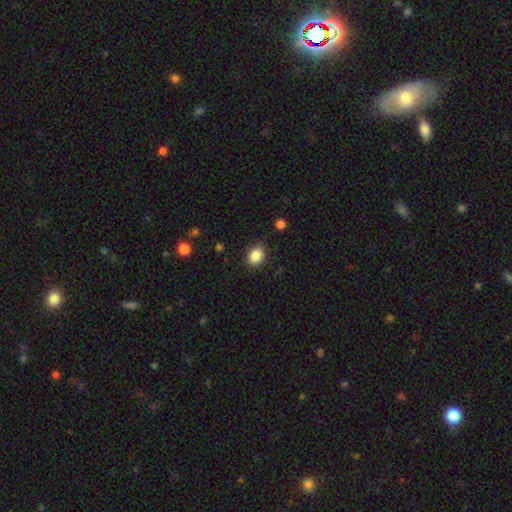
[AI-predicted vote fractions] Q: Smooth or featured?
A: smooth (87%); runner-up: star or artifact (9%)
Q: How rounded?
A: in between (65%); runner-up: round (34%)
Q: Merging?
A: none (87%); runner-up: minor disturbance (9%)